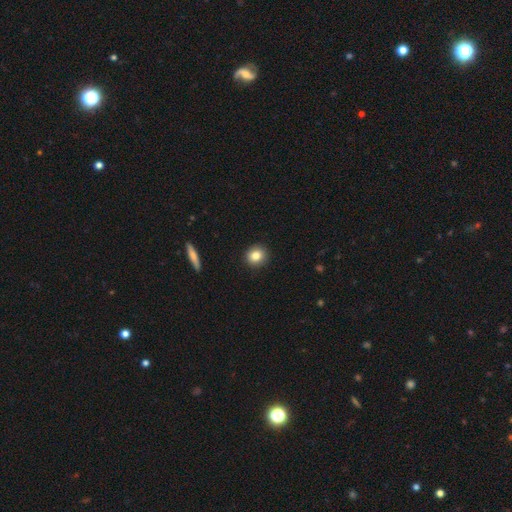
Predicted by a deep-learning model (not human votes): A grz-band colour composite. It shows a smooth galaxy with no disk features (83%) that is round (87%). Merging: none (92%).